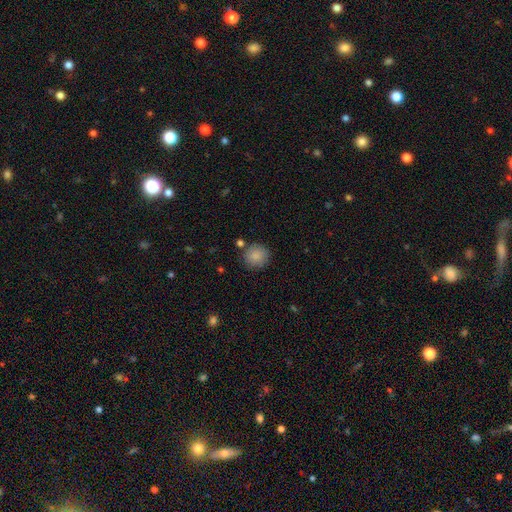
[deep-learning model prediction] A smooth galaxy with no disk features (87%) that is round (89%). Merging: none (83%).